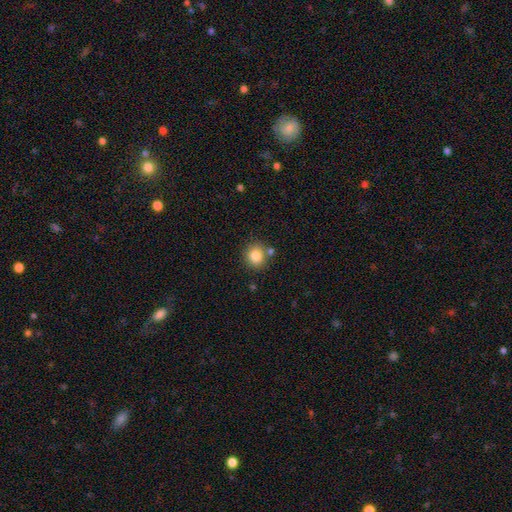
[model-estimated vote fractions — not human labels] Overall: smooth (83%). How rounded: round (86%). Merging: none (78%).